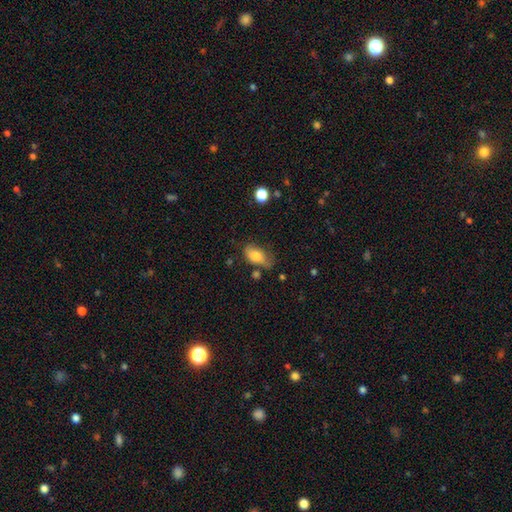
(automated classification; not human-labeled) Smooth or featured? smooth (77%)
How rounded? in between (89%)
Merging? none (48%)